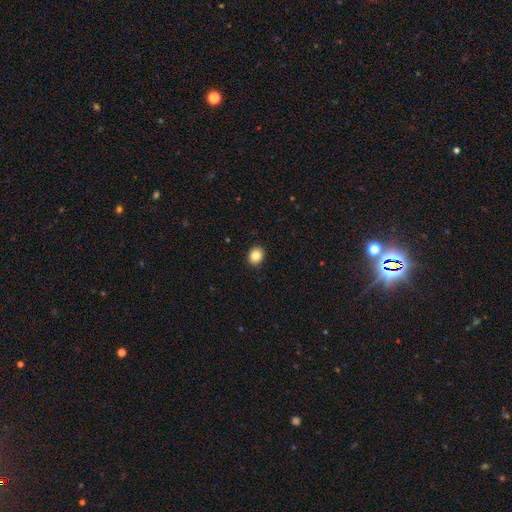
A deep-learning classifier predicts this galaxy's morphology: smooth_or_featured: smooth (p=0.85) [alt: star or artifact p=0.09]
how_rounded: round (p=0.62) [alt: in between p=0.37]
merging: none (p=0.92) [alt: minor disturbance p=0.06]